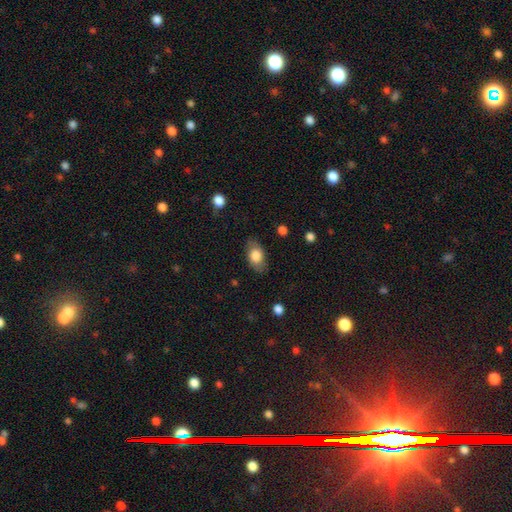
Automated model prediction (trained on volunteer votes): Q: Smooth or featured?
A: smooth (79%); runner-up: featured or disk (14%)
Q: How rounded?
A: in between (86%); runner-up: round (11%)
Q: Merging?
A: none (79%); runner-up: minor disturbance (16%)